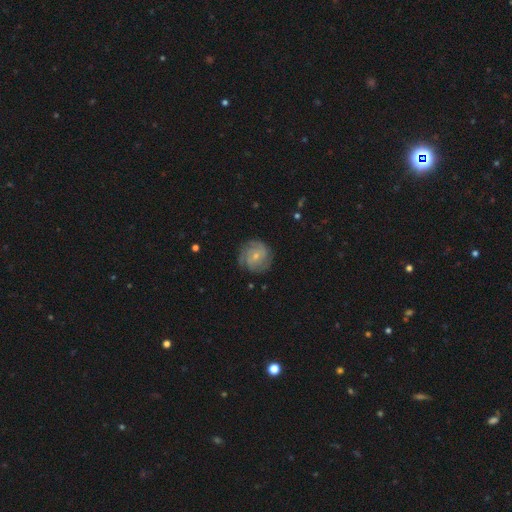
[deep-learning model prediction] Smooth or featured: featured or disk — 75% (smooth — 19%)
Edge-on disk: no — 98% (yes — 2%)
Bar: no — 62% (weak — 32%)
Spiral arms: yes — 93% (no — 7%)
Spiral winding: tight — 64% (medium — 28%)
Spiral arm count: can't tell — 30% (3 — 24%)
Bulge size: small — 69% (moderate — 27%)
Merging: none — 79% (minor disturbance — 15%)